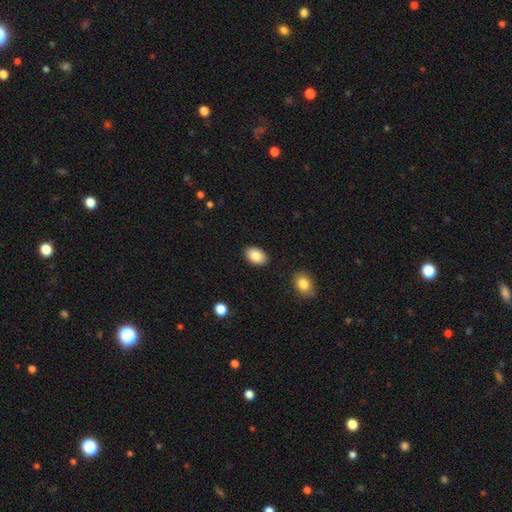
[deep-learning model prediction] Smooth or featured?
  - smooth: 86% *
  - featured or disk: 7%
  - star or artifact: 7%
How rounded?
  - in between: 88% *
  - round: 10%
  - cigar-shaped: 1%
Merging?
  - none: 88% *
  - minor disturbance: 8%
  - major disturbance: 2%
  - merger: 2%